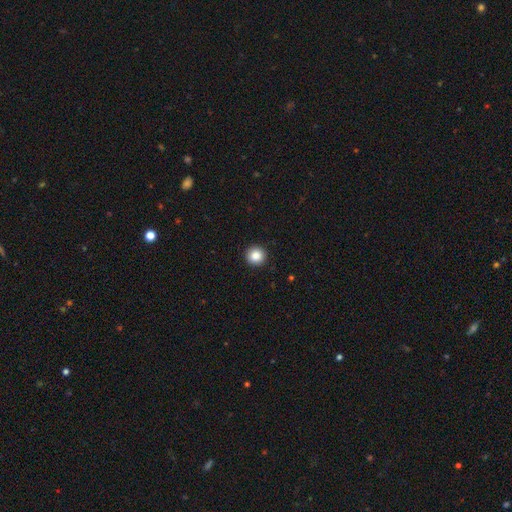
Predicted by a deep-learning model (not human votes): Smooth or featured: smooth — 87% (star or artifact — 9%)
How rounded: round — 95% (in between — 4%)
Merging: none — 93% (minor disturbance — 5%)